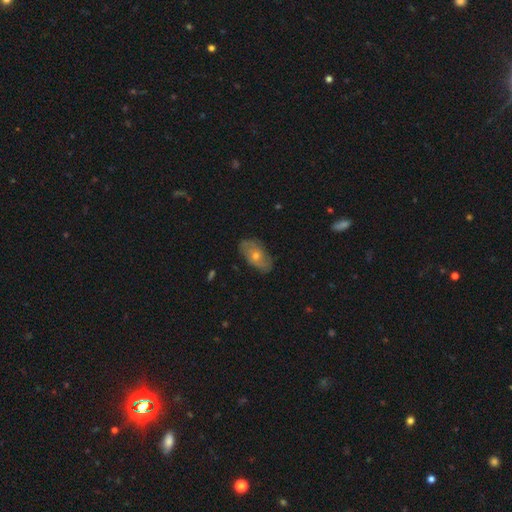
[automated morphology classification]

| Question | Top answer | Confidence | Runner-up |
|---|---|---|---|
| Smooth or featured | smooth | 45% | tied: featured or disk (45%) |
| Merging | none | 80% | minor disturbance (16%) |